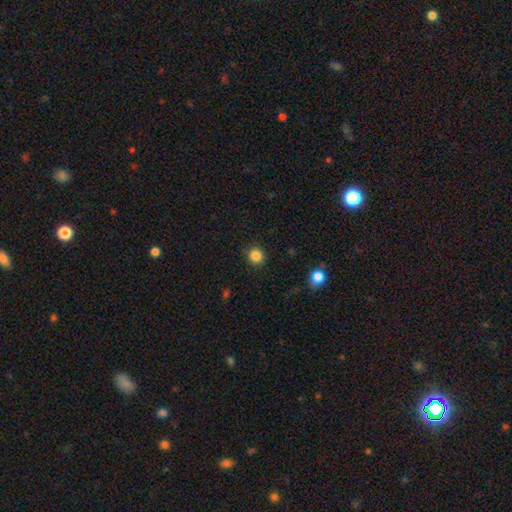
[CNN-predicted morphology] Overall: smooth (85%). How rounded: round (92%). Merging: none (90%).